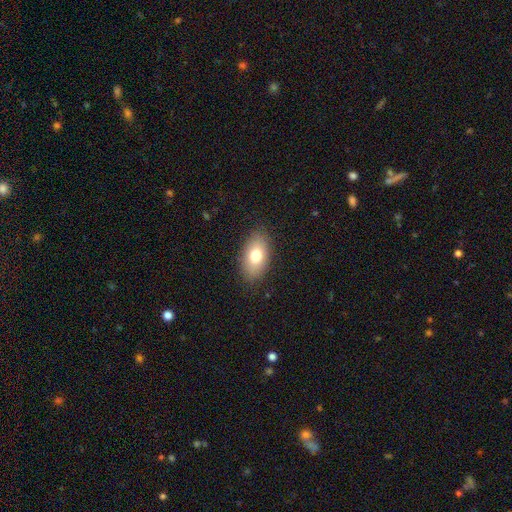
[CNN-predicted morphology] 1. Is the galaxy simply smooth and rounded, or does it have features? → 75% smooth, 17% featured or disk, 8% star or artifact.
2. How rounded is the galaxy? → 91% in between, 6% round, 3% cigar-shaped.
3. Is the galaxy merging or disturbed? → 86% none, 10% minor disturbance, 3% major disturbance, 1% merger.